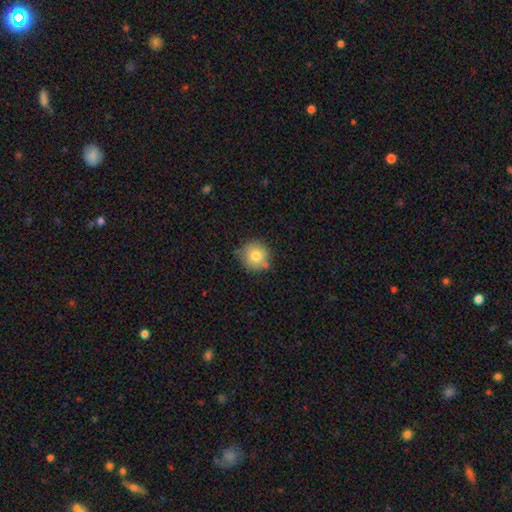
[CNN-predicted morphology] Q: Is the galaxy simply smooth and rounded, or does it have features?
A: smooth — 78%.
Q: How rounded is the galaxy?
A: round — 93%.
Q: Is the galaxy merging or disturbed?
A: none — 74%.